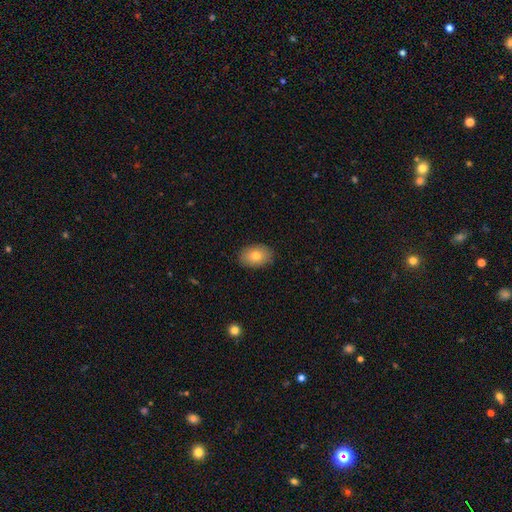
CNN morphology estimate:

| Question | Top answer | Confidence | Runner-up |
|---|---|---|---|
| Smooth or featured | smooth | 79% | featured or disk (13%) |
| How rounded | in between | 83% | round (16%) |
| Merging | none | 88% | minor disturbance (9%) |